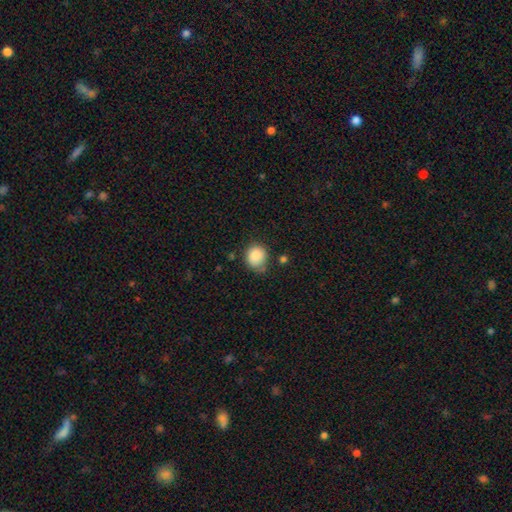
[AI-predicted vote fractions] The model was most divided on "merging": none: 66%, minor disturbance: 23%, major disturbance: 6%, merger: 5%. More confident: smooth or featured — smooth (87%); how rounded — round (77%).